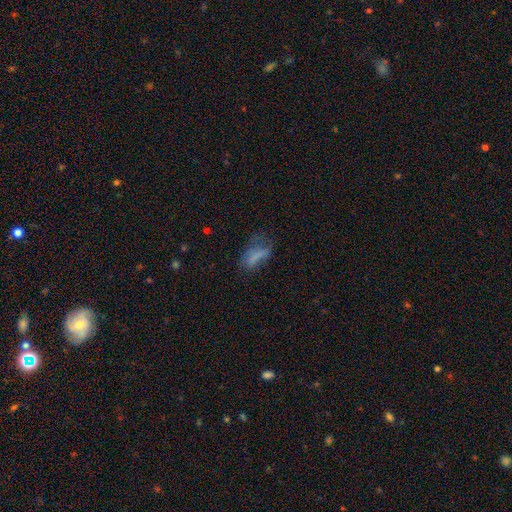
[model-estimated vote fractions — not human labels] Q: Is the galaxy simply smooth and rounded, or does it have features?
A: smooth — 60%.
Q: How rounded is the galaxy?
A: in between — 76%.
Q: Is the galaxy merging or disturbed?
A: major disturbance — 38%.